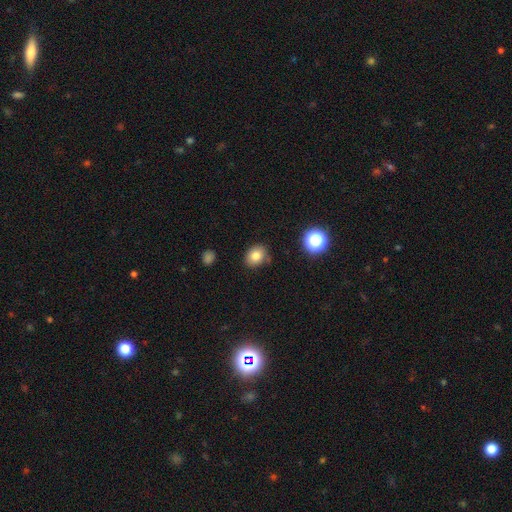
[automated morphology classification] Overall: smooth (80%). How rounded: in between (52%; round 47%). Merging: none (81%).